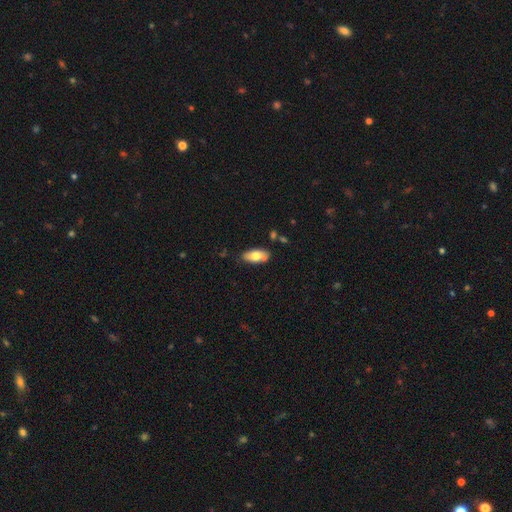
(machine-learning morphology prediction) Overall: smooth (70%). How rounded: in between (89%). Merging: none (75%).